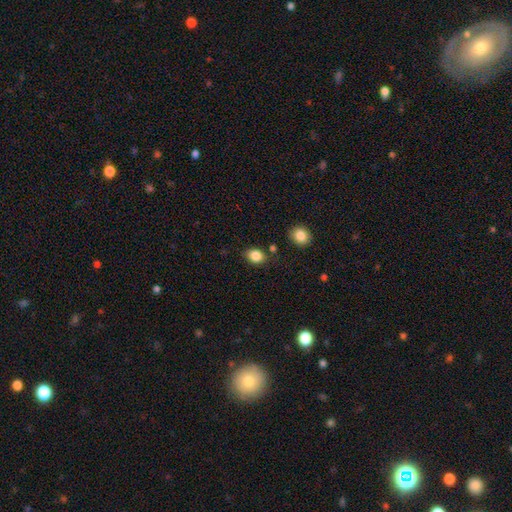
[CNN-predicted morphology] This appears to be a smooth galaxy with no disk features (85%) that is in between round and cigar-shaped (52%). Merging: none (78%).